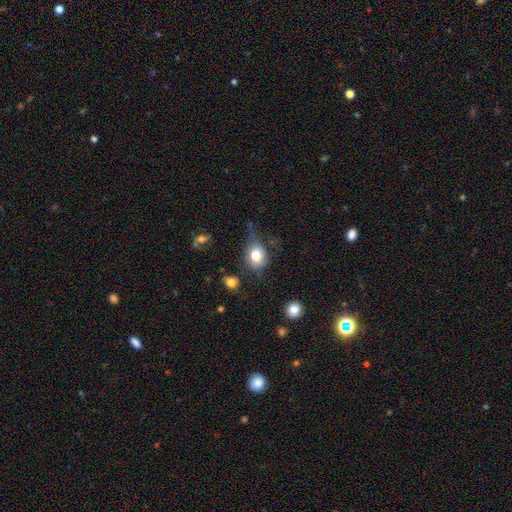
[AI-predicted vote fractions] This is likely a smooth galaxy (78%). How rounded: possibly in between (53%). Merging: marginally none (41%).